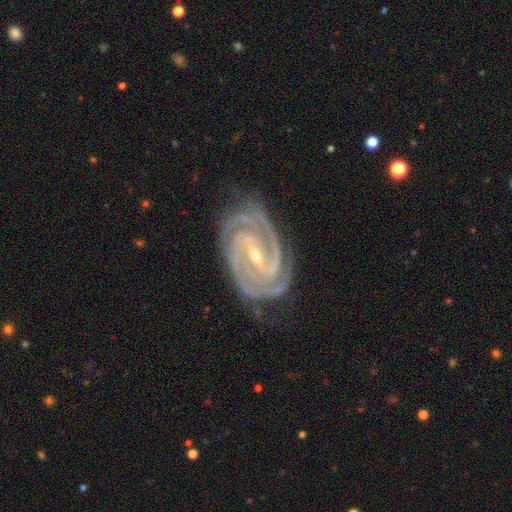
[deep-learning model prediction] smooth-or-featured: featured or disk: 93% | star or artifact: 4% | smooth: 2%
  disk-edge-on: no: 97% | yes: 3%
    bar: strong: 50% | weak: 36% | no: 14%
    has-spiral-arms: yes: 99% | no: 1%
      spiral-winding: tight: 76% | medium: 22% | loose: 2%
      spiral-arm-count: 3: 34% | 2: 32% | 4: 16% | can't tell: 7% | more than 4: 6% | 1: 5%
    bulge-size: small: 62% | moderate: 36% | large: 1% | none: 1% | dominant: 1%
  merging: none: 77% | minor disturbance: 17% | major disturbance: 5% | merger: 1%